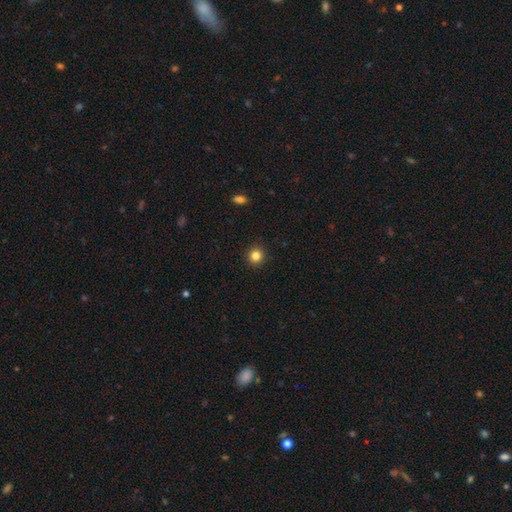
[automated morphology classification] This is clearly a smooth galaxy (84%). How rounded: clearly round (93%). Merging: clearly none (92%).